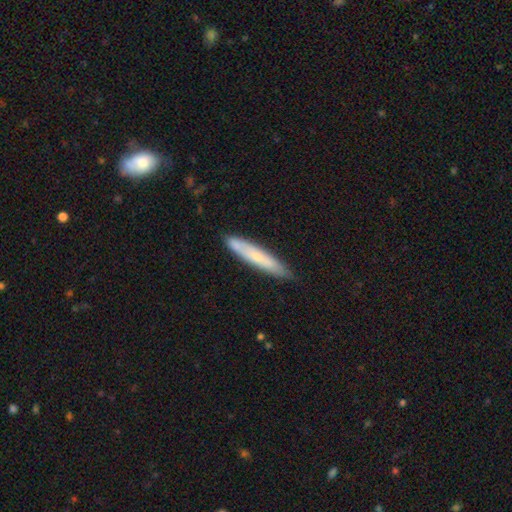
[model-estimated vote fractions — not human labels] This is possibly a smooth galaxy (60%). How rounded: clearly cigar-shaped (92%). Merging: clearly none (82%).